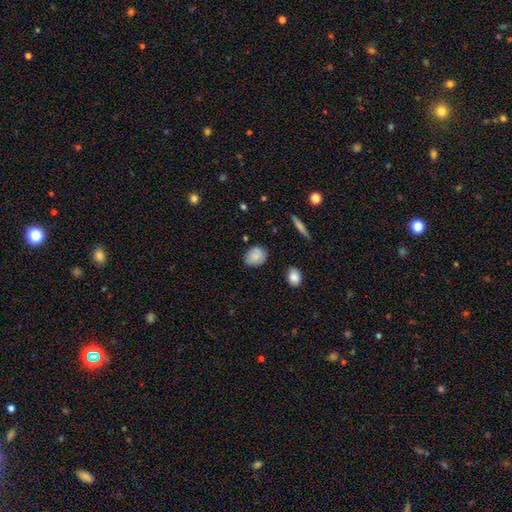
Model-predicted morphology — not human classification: Smooth or featured: smooth — 84% (featured or disk — 8%)
How rounded: round — 57% (in between — 42%)
Merging: none — 78% (minor disturbance — 17%)